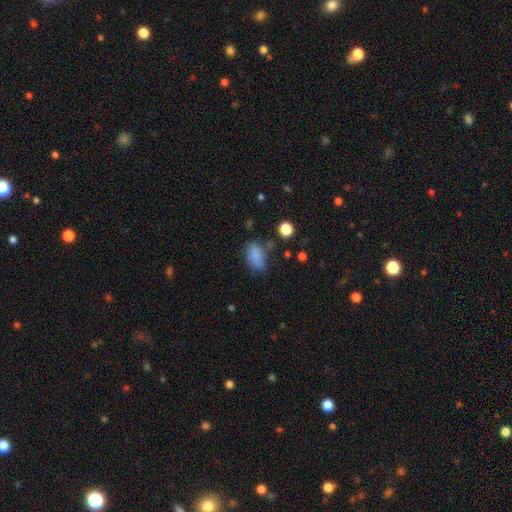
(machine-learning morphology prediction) smooth-or-featured: smooth: 78% | star or artifact: 11% | featured or disk: 11%
  how-rounded: in between: 87% | round: 9% | cigar-shaped: 4%
  merging: none: 51% | minor disturbance: 30% | major disturbance: 14% | merger: 5%